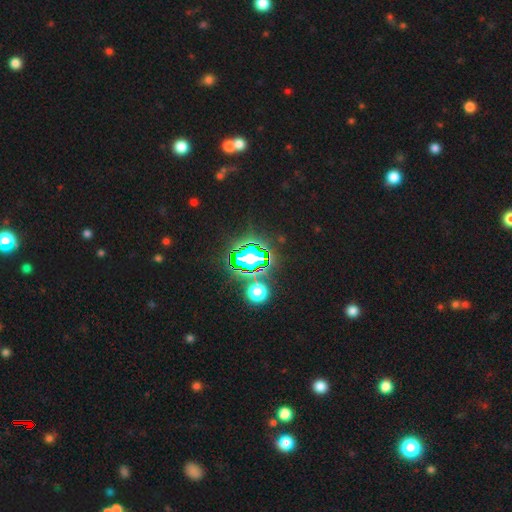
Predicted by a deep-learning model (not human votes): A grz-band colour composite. It shows a star or artifact, not a galaxy (76%).